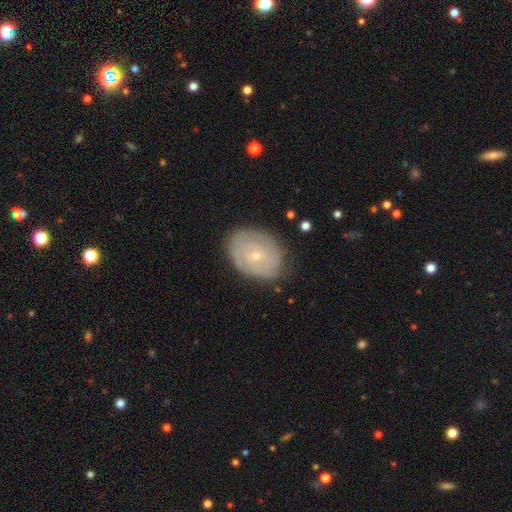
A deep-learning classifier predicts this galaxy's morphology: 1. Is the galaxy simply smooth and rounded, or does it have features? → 57% featured or disk, 37% smooth, 7% star or artifact.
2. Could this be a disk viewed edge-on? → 95% no, 5% yes.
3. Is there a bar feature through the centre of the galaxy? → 82% no, 15% weak, 3% strong.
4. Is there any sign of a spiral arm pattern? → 60% yes, 40% no.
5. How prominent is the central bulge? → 78% small, 18% moderate, 1% none, 1% large, 1% dominant.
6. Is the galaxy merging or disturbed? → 79% none, 16% minor disturbance, 4% major disturbance, 1% merger.